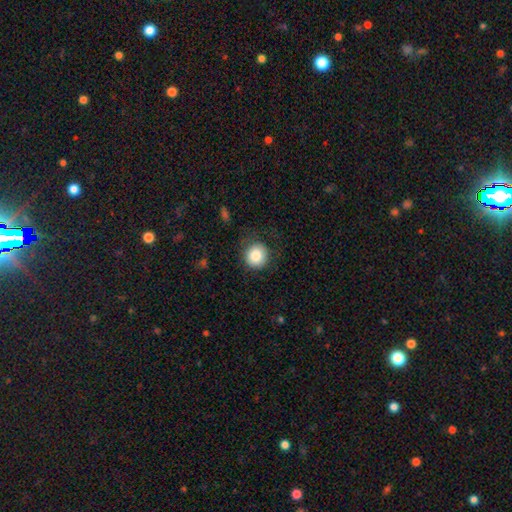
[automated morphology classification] Smooth or featured? smooth (85%)
How rounded? round (92%)
Merging? none (79%)